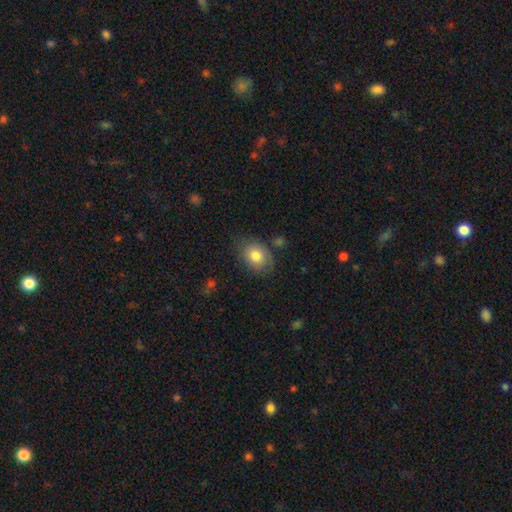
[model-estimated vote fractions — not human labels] A smooth galaxy with no disk features (80%) that is in between round and cigar-shaped (62%).

Vote fractions:
- Smooth or featured? smooth: 80% / featured or disk: 12% / star or artifact: 8%
- How rounded? in between: 62% / round: 37% / cigar-shaped: 1%
- Merging? none: 71% / minor disturbance: 20% / major disturbance: 5% / merger: 3%